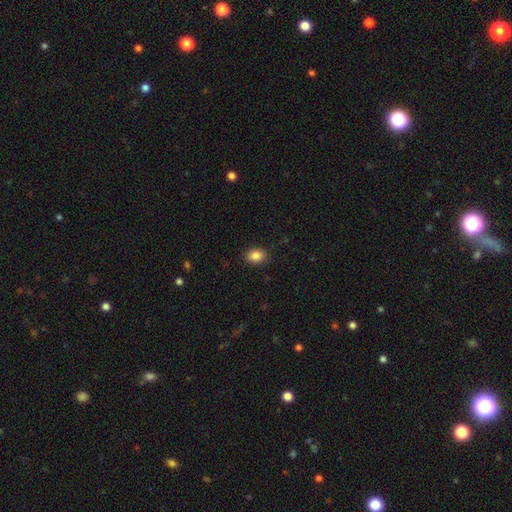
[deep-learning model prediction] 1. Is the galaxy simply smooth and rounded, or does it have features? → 87% smooth, 9% star or artifact, 5% featured or disk.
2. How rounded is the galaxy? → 68% in between, 31% round, 1% cigar-shaped.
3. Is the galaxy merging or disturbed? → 88% none, 9% minor disturbance, 2% major disturbance, 1% merger.